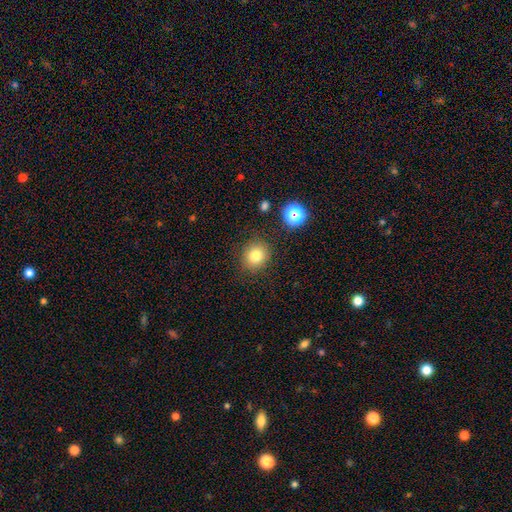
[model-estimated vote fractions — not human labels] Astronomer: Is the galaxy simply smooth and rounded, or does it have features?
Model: smooth — 79%.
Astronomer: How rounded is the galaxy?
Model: round — 80%.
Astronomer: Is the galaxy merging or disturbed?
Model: none — 85%.